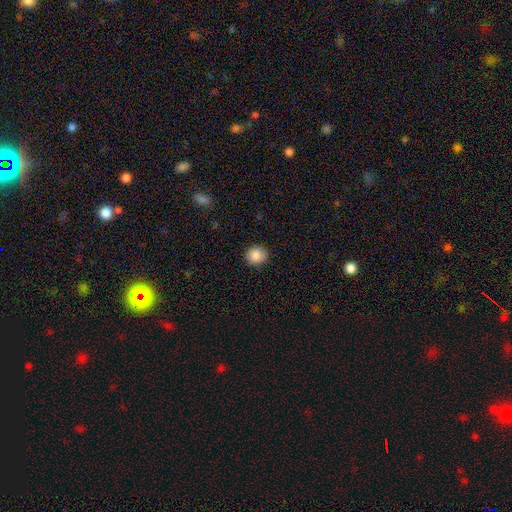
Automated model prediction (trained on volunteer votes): Q: Smooth or featured?
A: smooth (85%); runner-up: star or artifact (9%)
Q: How rounded?
A: round (82%); runner-up: in between (17%)
Q: Merging?
A: none (87%); runner-up: minor disturbance (10%)